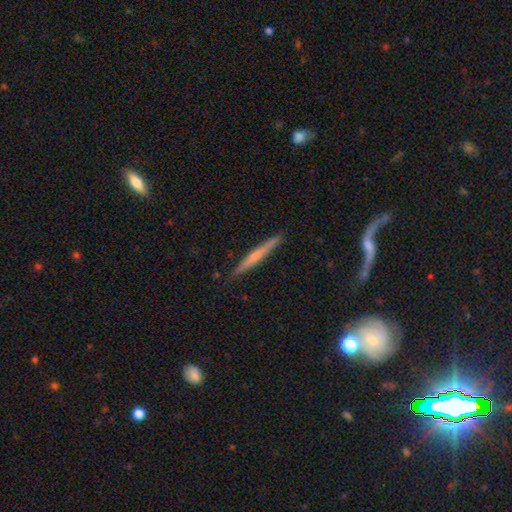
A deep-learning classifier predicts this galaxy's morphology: The model was most divided on "smooth or featured": featured or disk: 48%, smooth: 46%, star or artifact: 6%. More confident: merging — none (90%).